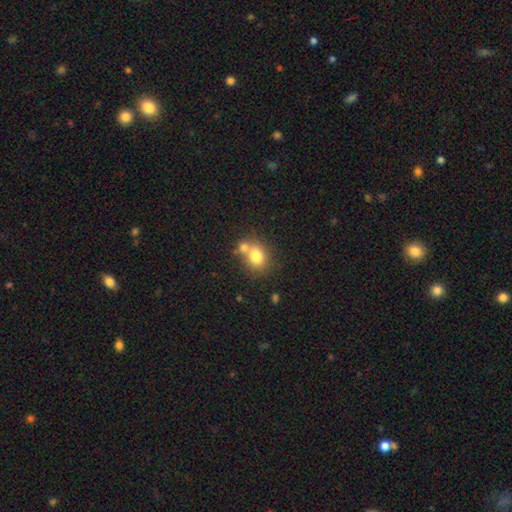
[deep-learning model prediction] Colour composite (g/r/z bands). It shows a smooth galaxy with no disk features (77%) that is round (60%). Merging: none (48%).